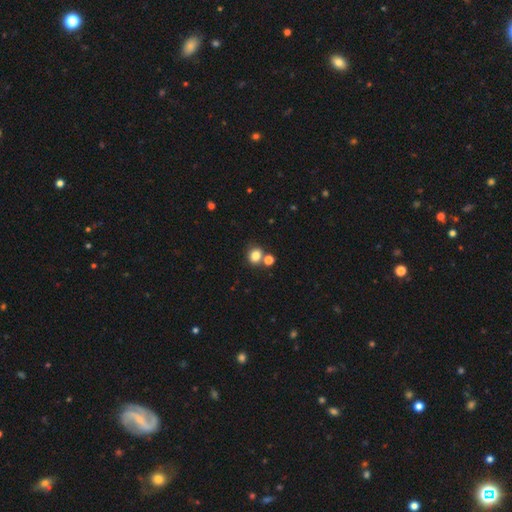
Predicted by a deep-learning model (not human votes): smooth-or-featured: smooth: 81% | star or artifact: 12% | featured or disk: 6%
  how-rounded: round: 71% | in between: 28% | cigar-shaped: 1%
  merging: none: 64% | merger: 24% | minor disturbance: 9% | major disturbance: 3%